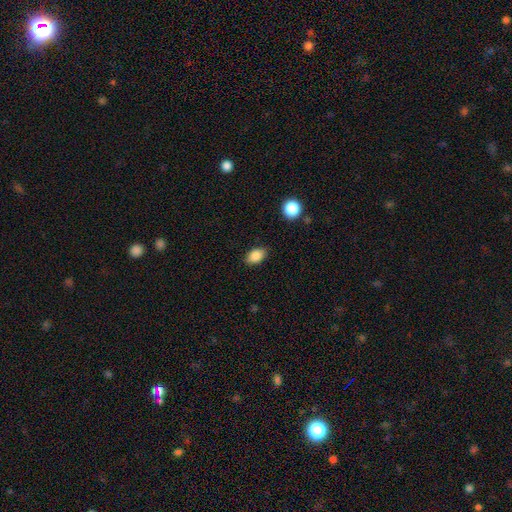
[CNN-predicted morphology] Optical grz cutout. It shows a smooth galaxy with no disk features (86%) that is in between round and cigar-shaped (85%). Merging: none (85%).